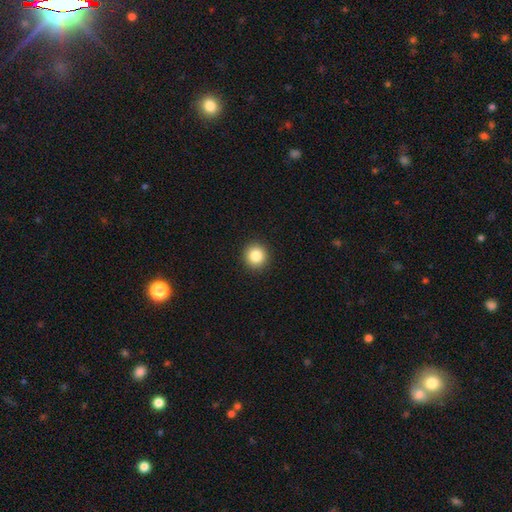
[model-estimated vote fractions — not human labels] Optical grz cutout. It shows a smooth galaxy with no disk features (84%) that is round (94%). Merging: none (93%).